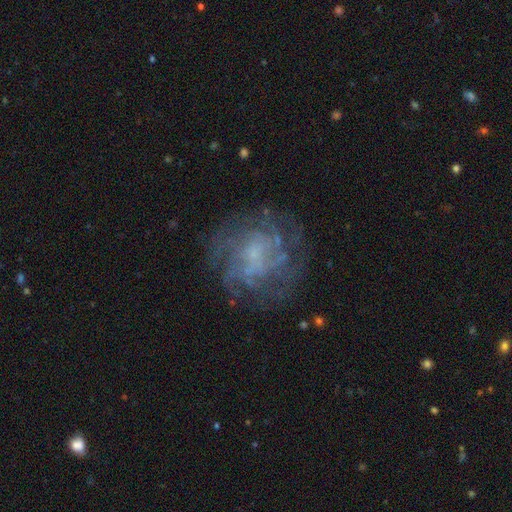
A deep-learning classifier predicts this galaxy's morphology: A featured or disk galaxy (71%) with no bar (70%), tight (51%) spiral arms (80%) and a small central bulge (53%). Merging: none (72%).